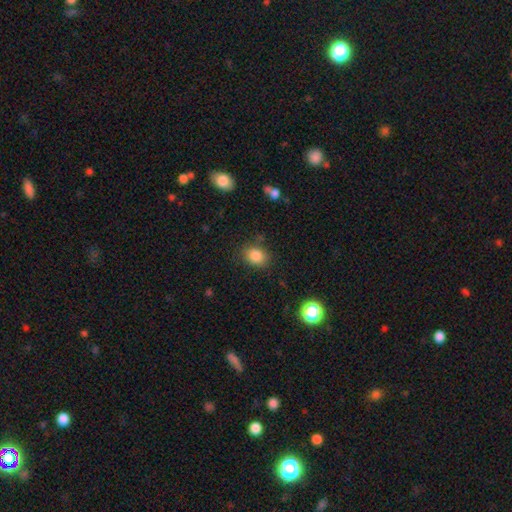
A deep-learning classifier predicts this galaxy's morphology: Smooth or featured? Predicted: smooth (p=0.84). How rounded? Predicted: in between (p=0.55). Merging? Predicted: none (p=0.81).